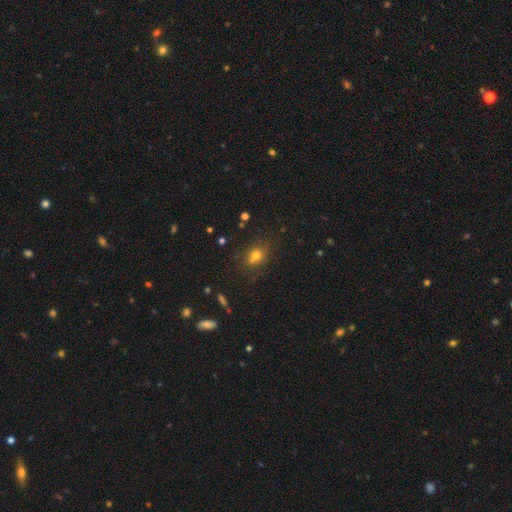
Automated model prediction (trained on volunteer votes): smooth 70%, star or artifact 19%, featured or disk 10%. Down the decision tree: how rounded — round (57%); merging — none (65%).